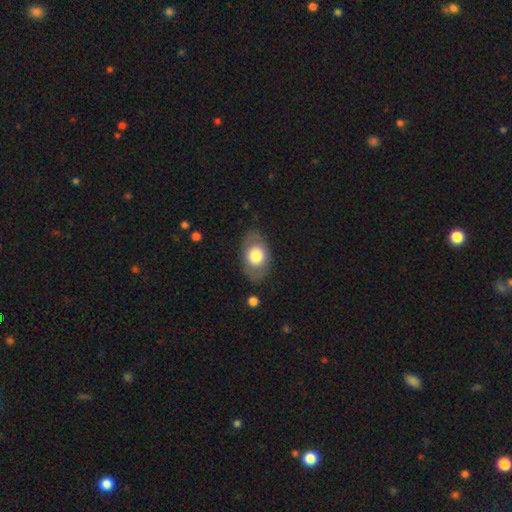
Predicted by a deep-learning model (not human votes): Morphology: type=smooth (65%); roundness=in between (81%); merging=none (80%).